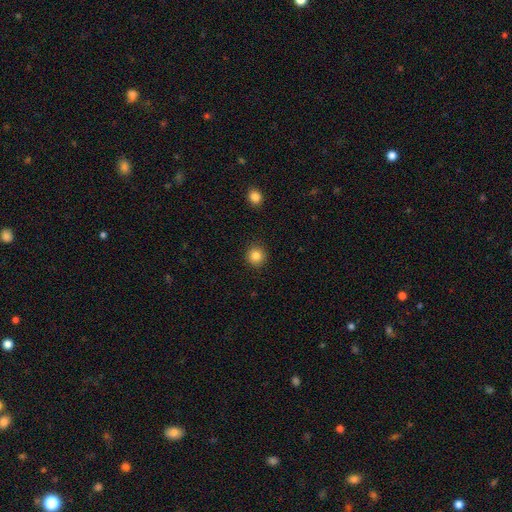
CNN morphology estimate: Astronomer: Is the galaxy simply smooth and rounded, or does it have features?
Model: smooth — 84%.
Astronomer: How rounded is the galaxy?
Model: round — 93%.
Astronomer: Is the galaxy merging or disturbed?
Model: none — 91%.